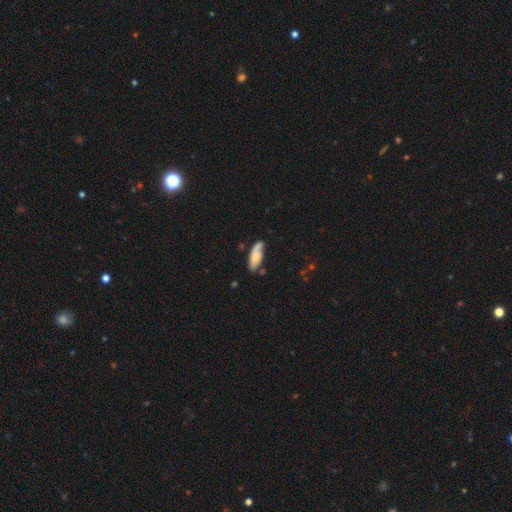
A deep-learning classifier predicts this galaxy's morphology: This is likely a smooth galaxy (61%). How rounded: likely in between (73%). Merging: possibly none (55%).